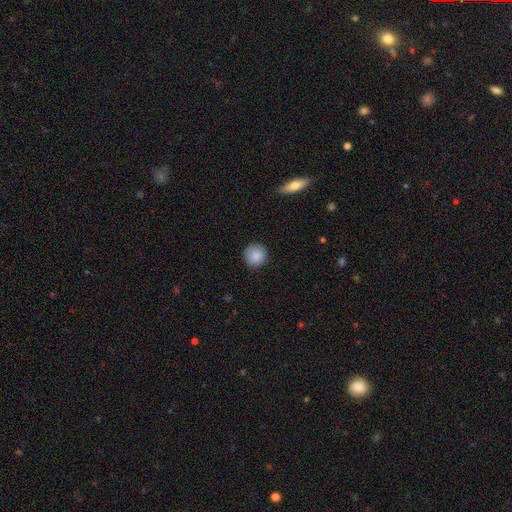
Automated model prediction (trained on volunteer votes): A smooth galaxy with no disk features (87%) that is round (94%). Merging: none (87%).